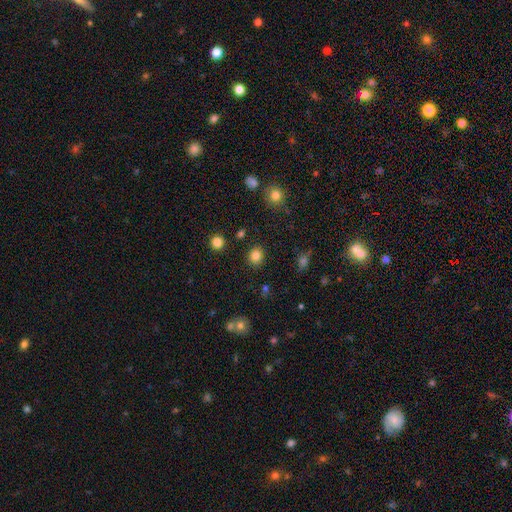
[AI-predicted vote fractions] Q: Smooth or featured?
A: smooth (82%); runner-up: star or artifact (12%)
Q: How rounded?
A: round (77%); runner-up: in between (22%)
Q: Merging?
A: none (89%); runner-up: minor disturbance (7%)